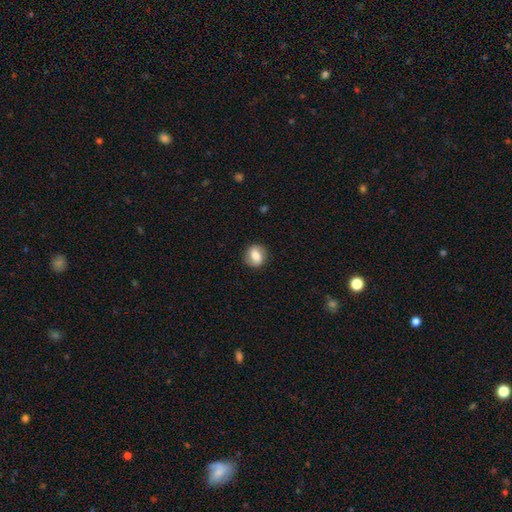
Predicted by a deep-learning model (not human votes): A smooth galaxy with no disk features (65%) that is round (66%). Merging: none (86%).